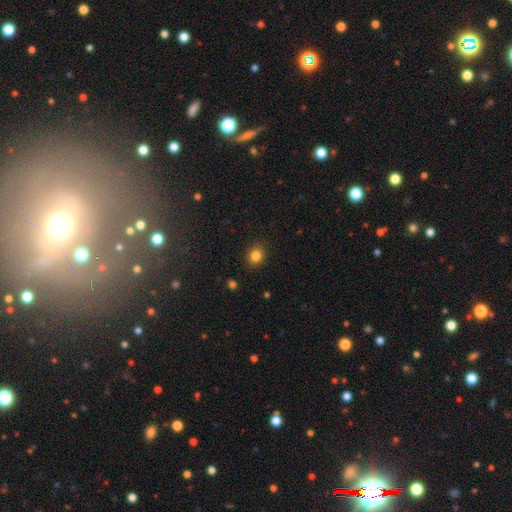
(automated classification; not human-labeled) Smooth or featured?
  - smooth: 83% *
  - star or artifact: 12%
  - featured or disk: 5%
How rounded?
  - round: 73% *
  - in between: 27%
  - cigar-shaped: 1%
Merging?
  - none: 89% *
  - minor disturbance: 7%
  - major disturbance: 2%
  - merger: 1%